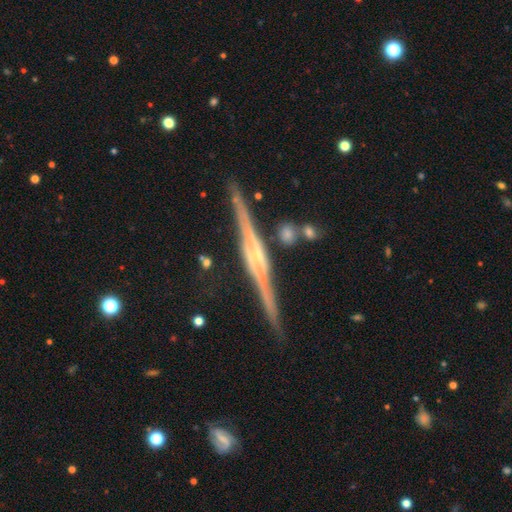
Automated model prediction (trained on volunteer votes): The model was most divided on "edge-on bulge": rounded: 53%, boxy: 35%, none: 12%. More confident: edge-on disk — yes (98%); smooth or featured — featured or disk (88%); merging — none (86%).